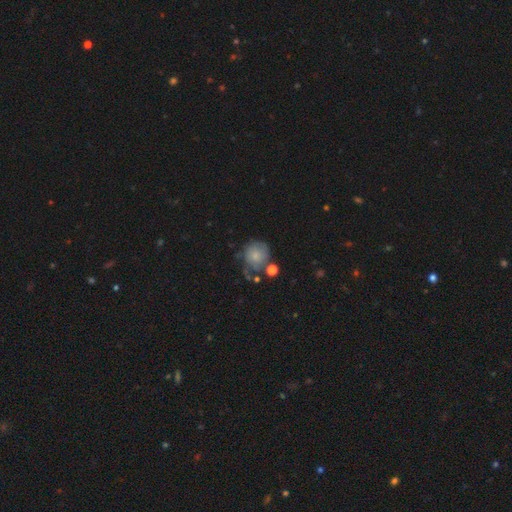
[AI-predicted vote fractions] Q: Smooth or featured?
A: smooth (62%); runner-up: featured or disk (29%)
Q: How rounded?
A: round (81%); runner-up: in between (18%)
Q: Merging?
A: none (39%); runner-up: minor disturbance (26%)